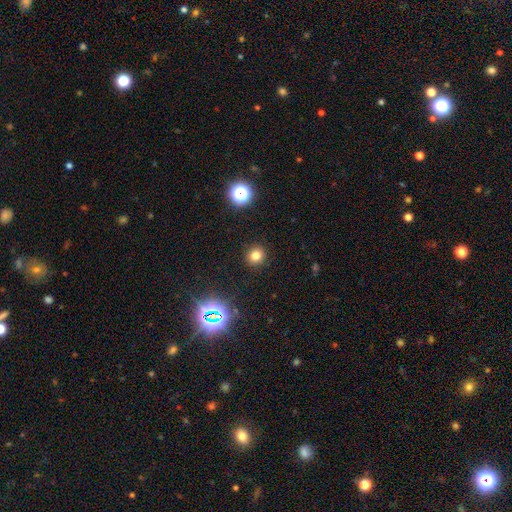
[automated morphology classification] smooth 76%, star or artifact 18%, featured or disk 6%. Down the decision tree: how rounded — round (89%); merging — none (91%).